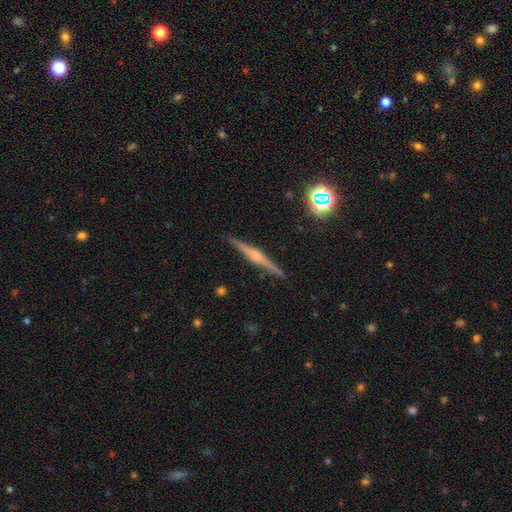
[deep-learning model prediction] A featured or disk galaxy (77%) viewed edge-on (98%) with a rounded central bulge (83%). Merging: none (91%).